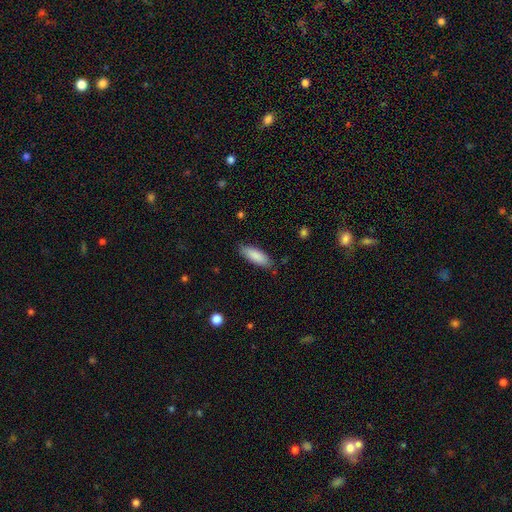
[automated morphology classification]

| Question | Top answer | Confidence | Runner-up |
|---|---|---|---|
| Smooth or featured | smooth | 87% | featured or disk (7%) |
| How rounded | in between | 64% | cigar-shaped (35%) |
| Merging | none | 83% | minor disturbance (13%) |